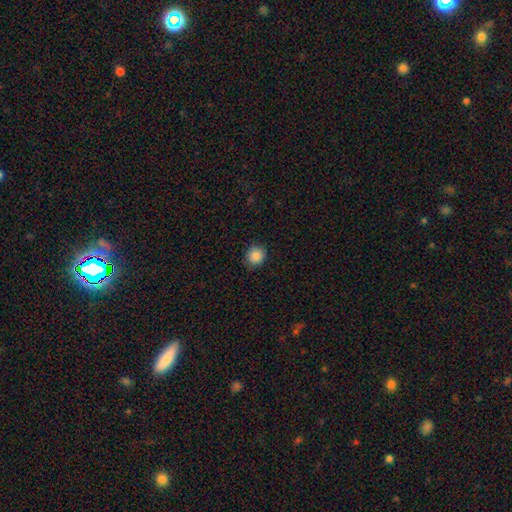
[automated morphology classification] type=smooth (87%); roundness=round (83%); merging=none (88%).